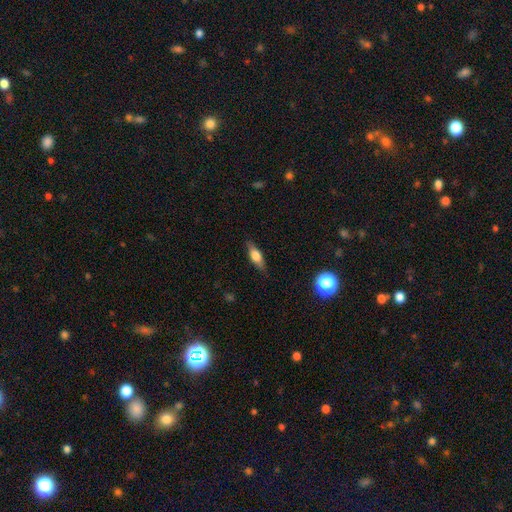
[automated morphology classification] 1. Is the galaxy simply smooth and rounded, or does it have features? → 58% smooth, 35% featured or disk, 7% star or artifact.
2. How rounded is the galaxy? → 56% in between, 40% cigar-shaped, 5% round.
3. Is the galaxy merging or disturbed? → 83% none, 13% minor disturbance, 3% major disturbance, 1% merger.